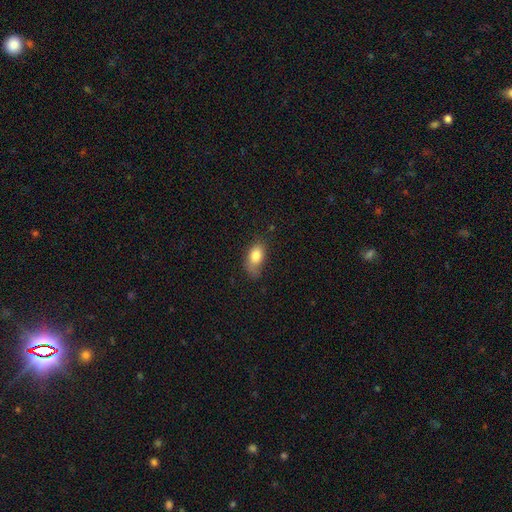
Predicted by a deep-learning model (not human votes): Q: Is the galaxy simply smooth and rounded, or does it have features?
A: smooth — 82%.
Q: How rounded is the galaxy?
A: in between — 89%.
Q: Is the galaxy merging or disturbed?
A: none — 49%.